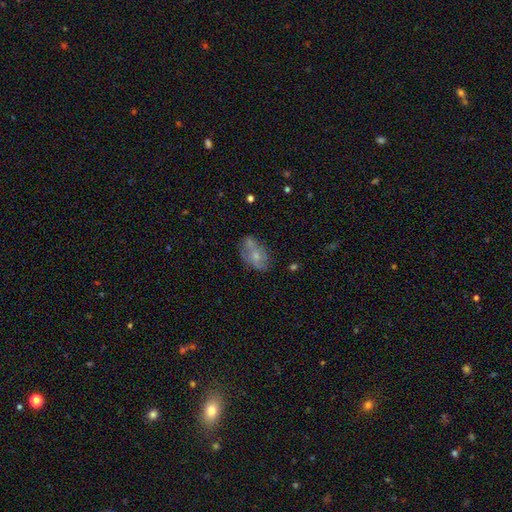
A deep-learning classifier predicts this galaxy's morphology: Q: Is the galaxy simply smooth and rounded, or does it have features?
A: smooth — 55%.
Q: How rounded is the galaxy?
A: in between — 84%.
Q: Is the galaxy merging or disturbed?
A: none — 45%.